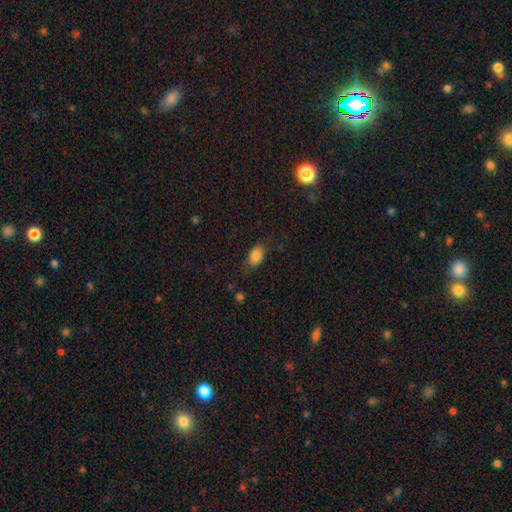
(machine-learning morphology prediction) Smooth or featured?
  - smooth: 85% *
  - star or artifact: 9%
  - featured or disk: 6%
How rounded?
  - in between: 90% *
  - round: 7%
  - cigar-shaped: 3%
Merging?
  - none: 75% *
  - minor disturbance: 18%
  - major disturbance: 6%
  - merger: 1%